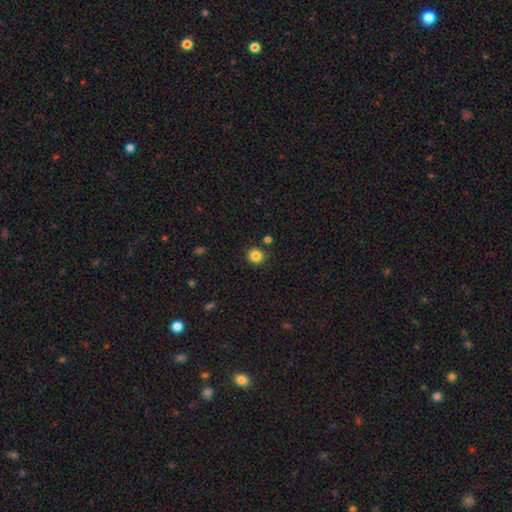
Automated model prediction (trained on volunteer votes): smooth 84%, star or artifact 11%, featured or disk 4%. Down the decision tree: how rounded — round (93%); merging — none (88%).